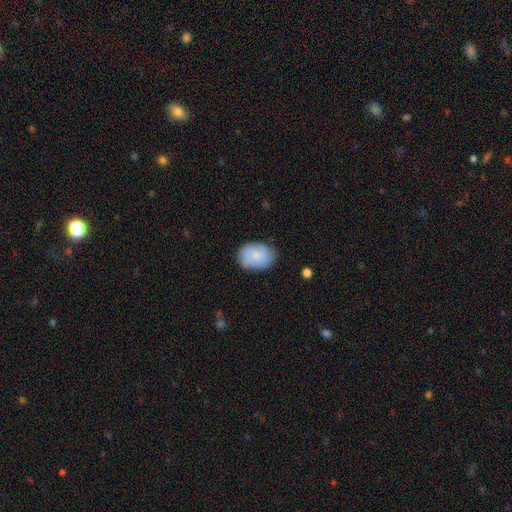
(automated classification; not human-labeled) Smooth or featured? smooth (66%)
How rounded? in between (75%)
Merging? none (76%)